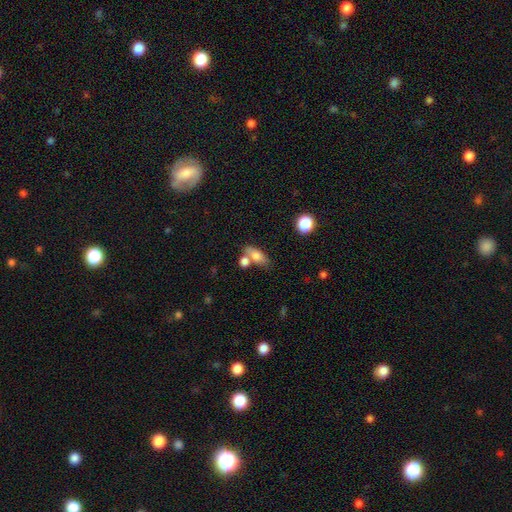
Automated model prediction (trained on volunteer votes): smooth 74%, featured or disk 17%, star or artifact 8%. Down the decision tree: how rounded — in between (73%); merging — none (53%).